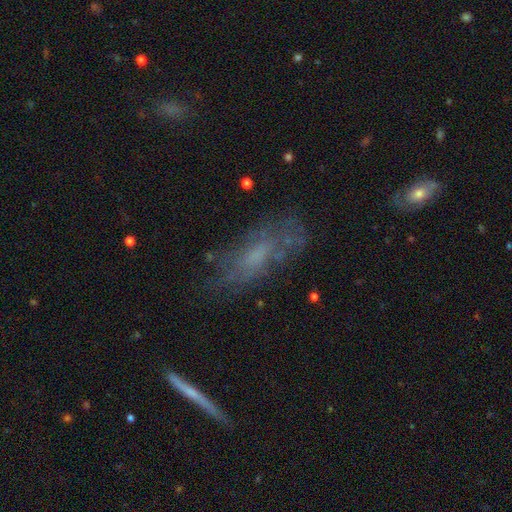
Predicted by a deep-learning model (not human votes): A featured or disk galaxy (47%).

Vote fractions:
- Smooth or featured? featured or disk: 47% / smooth: 41% / star or artifact: 12%
- Merging? none: 60% / minor disturbance: 22% / major disturbance: 14% / merger: 3%